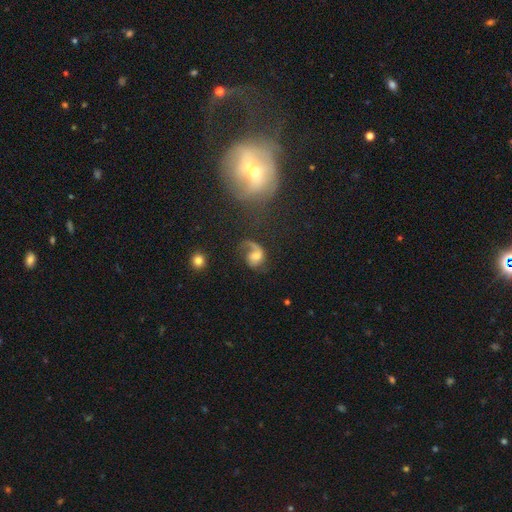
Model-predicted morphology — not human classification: This is likely a featured or disk galaxy (68%). It is clearly not viewed edge-on (98%). Bar: likely no (64%). Spiral arm pattern: clearly yes (91%). Spiral arm count: likely 1 (65%). Spiral winding: possibly loose (53%). Central bulge: marginally moderate (44%). Merging: marginally none (40%).